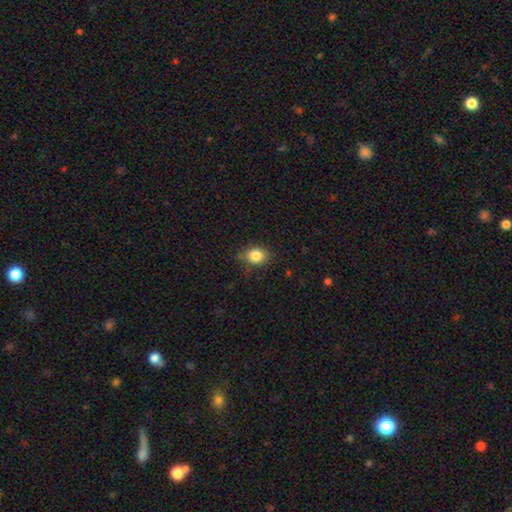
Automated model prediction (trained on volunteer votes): A smooth galaxy with no disk features (84%) that is round (57%). Merging: none (76%).